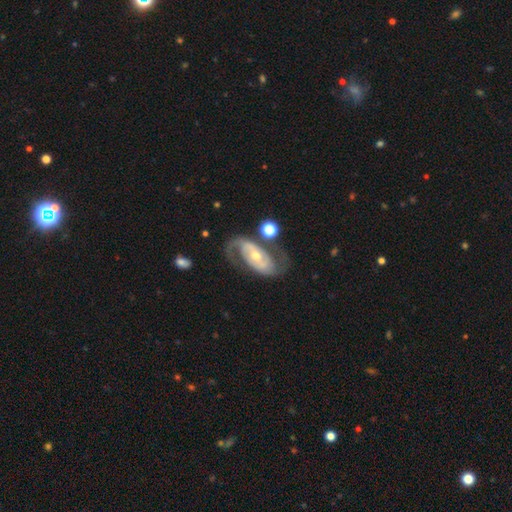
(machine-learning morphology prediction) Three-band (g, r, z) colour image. It shows a featured or disk galaxy (85%) with no bar (50%), 2 (85%) medium (47%) spiral arms (92%) and a moderate central bulge (52%). Merging: none (62%).